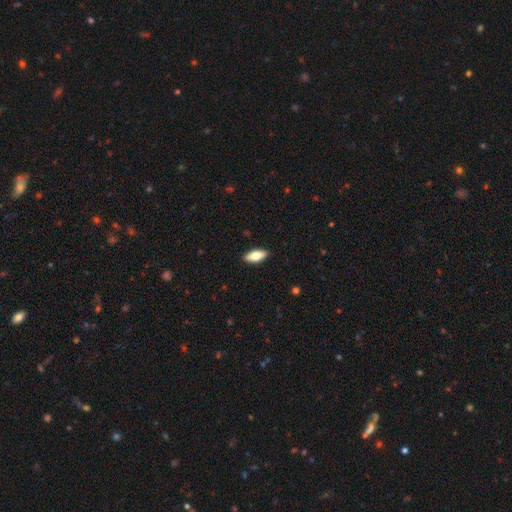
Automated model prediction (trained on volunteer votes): The model was most divided on "smooth or featured": smooth: 73%, featured or disk: 21%, star or artifact: 6%. More confident: merging — none (89%); how rounded — in between (84%).